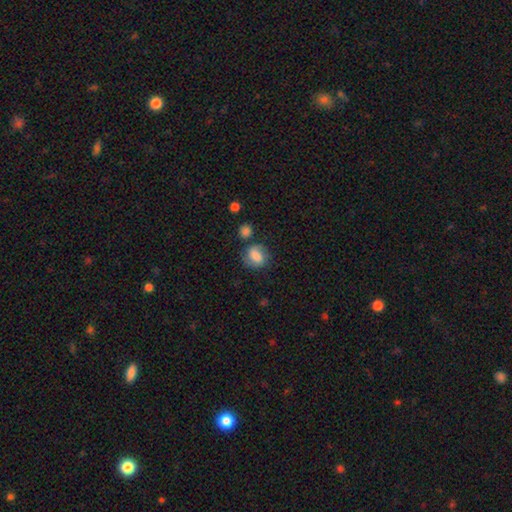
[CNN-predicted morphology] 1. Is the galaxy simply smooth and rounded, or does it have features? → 65% smooth, 26% featured or disk, 9% star or artifact.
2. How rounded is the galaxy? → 54% round, 44% in between, 2% cigar-shaped.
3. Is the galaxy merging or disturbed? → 60% none, 22% minor disturbance, 9% merger, 9% major disturbance.